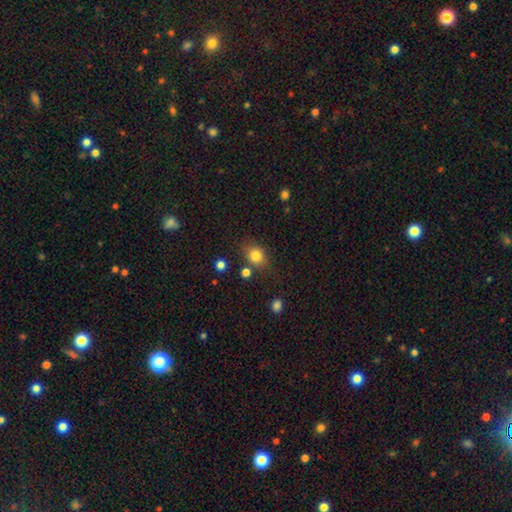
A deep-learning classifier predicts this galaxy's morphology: Smooth or featured? Predicted: smooth (p=0.82). How rounded? Predicted: round (p=0.61). Merging? Predicted: none (p=0.71).